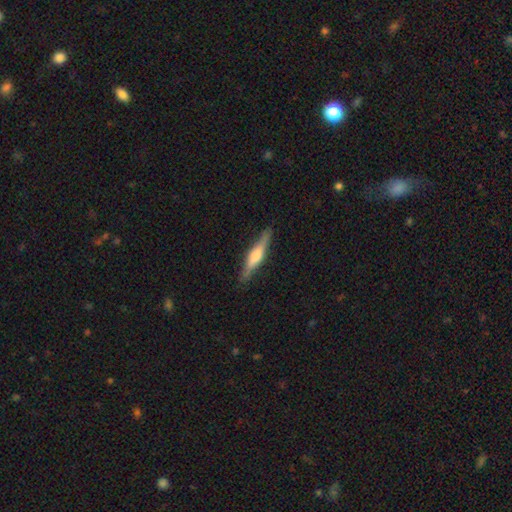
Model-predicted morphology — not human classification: The model was most divided on "smooth or featured": featured or disk: 60%, smooth: 34%, star or artifact: 6%. More confident: edge-on disk — yes (96%); merging — none (88%); edge-on bulge — rounded (70%).